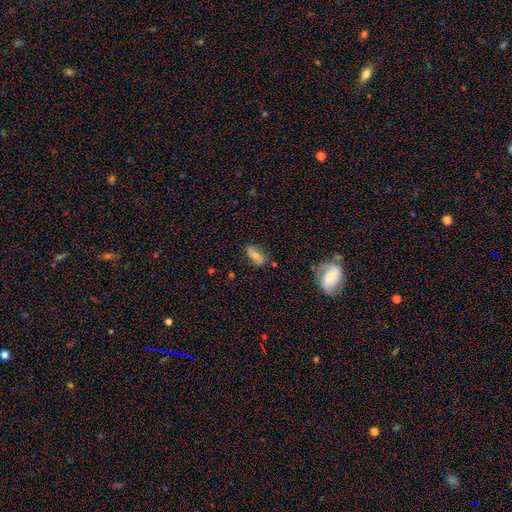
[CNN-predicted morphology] smooth-or-featured: smooth: 62% | featured or disk: 27% | star or artifact: 11%
  how-rounded: in between: 84% | cigar-shaped: 12% | round: 5%
  merging: none: 67% | minor disturbance: 22% | major disturbance: 6% | merger: 4%